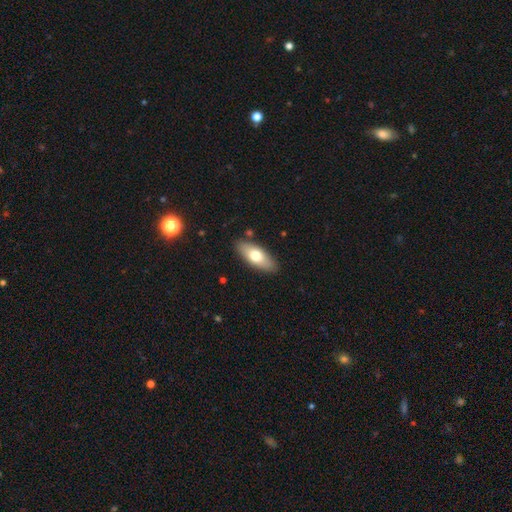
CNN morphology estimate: smooth-or-featured: smooth: 68% | featured or disk: 26% | star or artifact: 6%
  how-rounded: in between: 78% | cigar-shaped: 20% | round: 3%
  merging: none: 86% | minor disturbance: 10% | major disturbance: 2% | merger: 2%